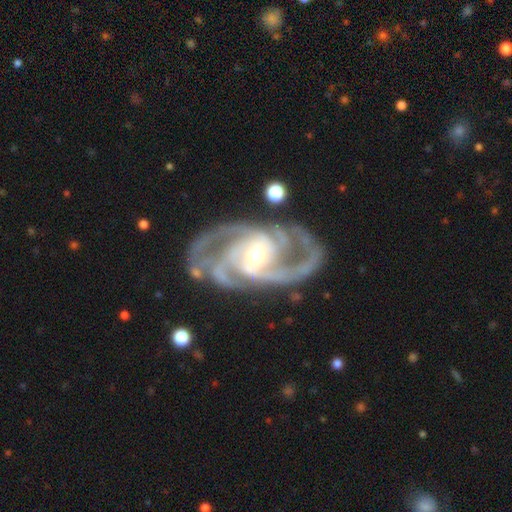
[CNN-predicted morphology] This is clearly a featured or disk galaxy (94%). It is clearly not viewed edge-on (98%). Bar: marginally weak (39%). Spiral arm pattern: clearly yes (98%). Spiral arm count: marginally 3 (37%). Spiral winding: possibly medium (53%). Central bulge: possibly small (48%). Merging: likely none (66%).